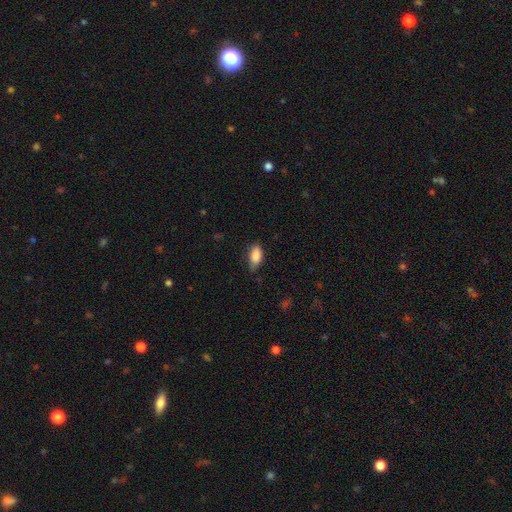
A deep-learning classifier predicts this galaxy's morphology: smooth_or_featured: smooth (p=0.86) [alt: star or artifact p=0.07]
how_rounded: in between (p=0.90) [alt: cigar-shaped p=0.06]
merging: none (p=0.66) [alt: minor disturbance p=0.28]